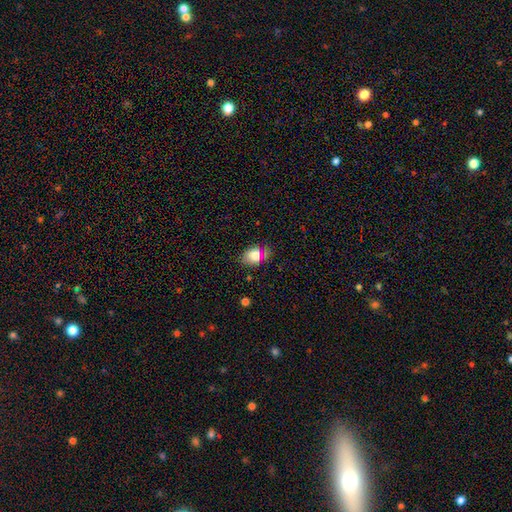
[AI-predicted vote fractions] The model was most divided on "how rounded": in between: 65%, round: 33%, cigar-shaped: 2%. More confident: merging — none (76%); smooth or featured — smooth (75%).